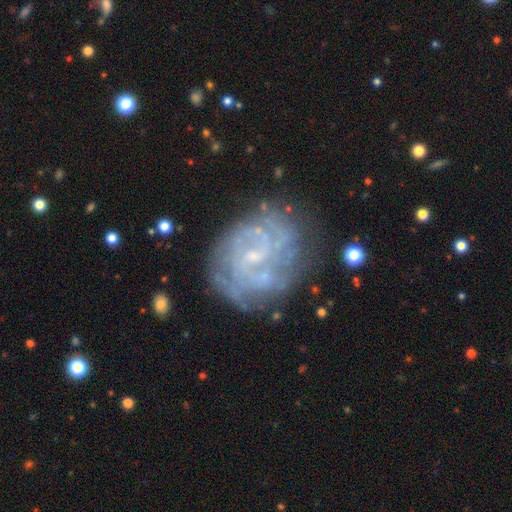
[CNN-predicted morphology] The model was most divided on "bar": no: 50%, weak: 41%, strong: 9%. Remaining: edge-on disk — no (98%); spiral arms — yes (85%); smooth or featured — featured or disk (80%); bulge size — small (73%); merging — none (69%); spiral winding — tight (63%); spiral arm count — can't tell (45%).